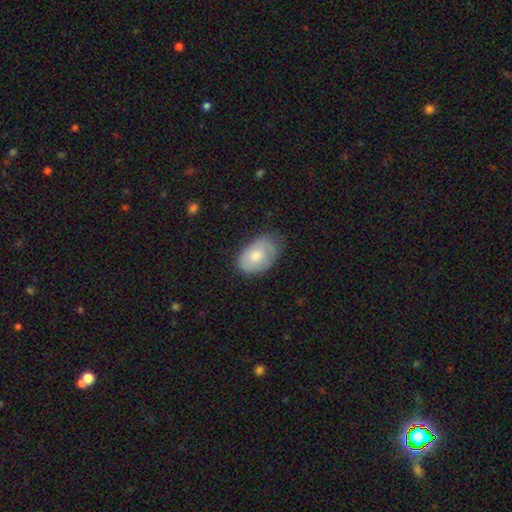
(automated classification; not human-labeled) This appears to be a smooth galaxy with no disk features (66%) that is in between round and cigar-shaped (89%). Merging: none (61%).